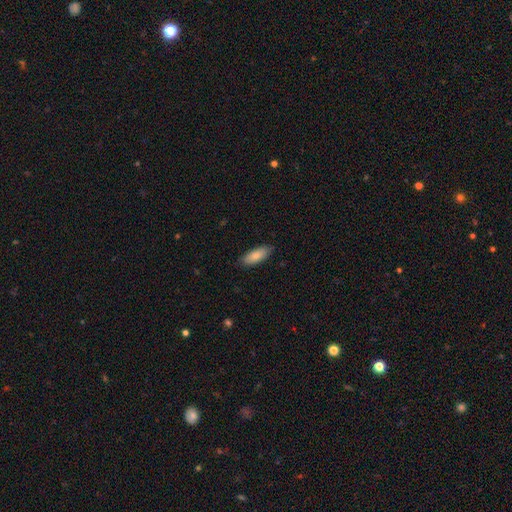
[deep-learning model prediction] Q: Smooth or featured?
A: smooth (83%); runner-up: featured or disk (11%)
Q: How rounded?
A: in between (73%); runner-up: cigar-shaped (26%)
Q: Merging?
A: none (86%); runner-up: minor disturbance (11%)